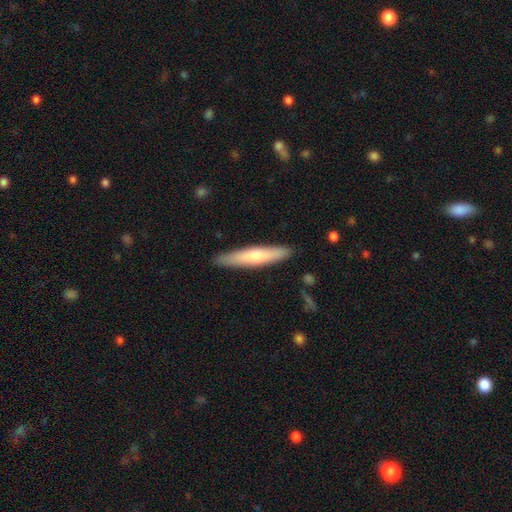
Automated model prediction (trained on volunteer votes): The model was most divided on "smooth or featured": smooth: 59%, featured or disk: 36%, star or artifact: 5%. More confident: merging — none (89%); how rounded — cigar-shaped (89%).